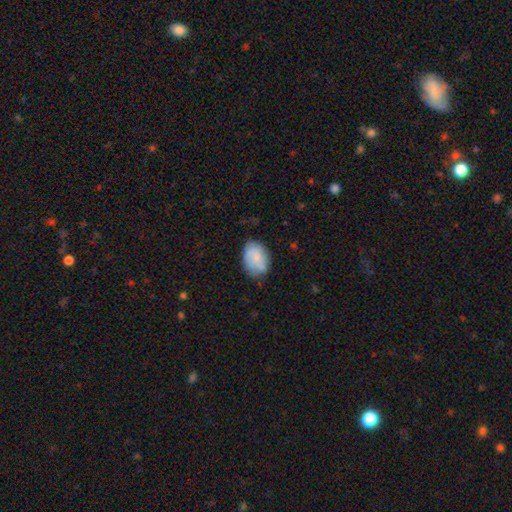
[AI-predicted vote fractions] Q: Smooth or featured?
A: smooth (64%); runner-up: featured or disk (28%)
Q: How rounded?
A: in between (77%); runner-up: round (22%)
Q: Merging?
A: none (65%); runner-up: minor disturbance (24%)